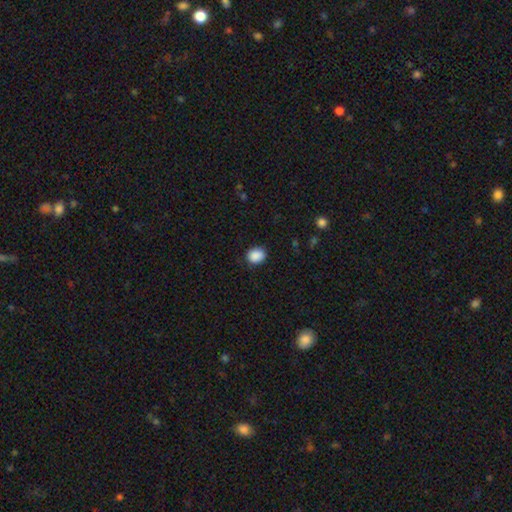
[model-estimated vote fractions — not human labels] smooth_or_featured: smooth (p=0.89) [alt: star or artifact p=0.08]
how_rounded: round (p=0.53) [alt: in between p=0.46]
merging: none (p=0.84) [alt: minor disturbance p=0.12]